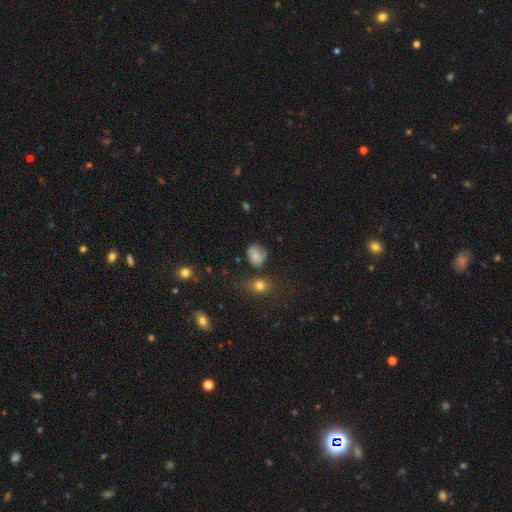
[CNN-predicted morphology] Smooth or featured?
  - smooth: 75% *
  - featured or disk: 14%
  - star or artifact: 11%
How rounded?
  - in between: 54% *
  - round: 45%
  - cigar-shaped: 1%
Merging?
  - none: 55% *
  - minor disturbance: 29%
  - major disturbance: 11%
  - merger: 5%